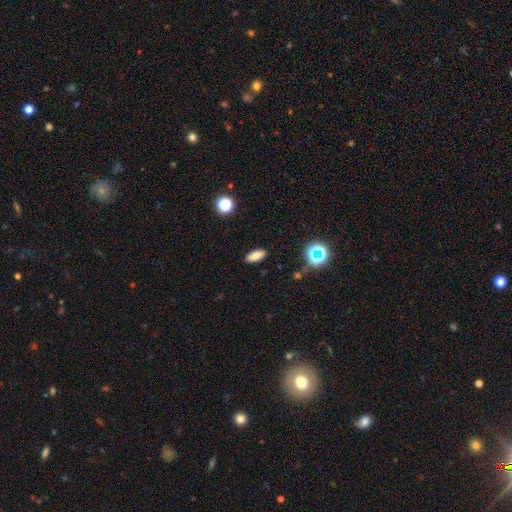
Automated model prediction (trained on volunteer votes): Smooth or featured?
  - smooth: 81% *
  - star or artifact: 12%
  - featured or disk: 7%
How rounded?
  - in between: 78% *
  - cigar-shaped: 18%
  - round: 4%
Merging?
  - none: 89% *
  - minor disturbance: 8%
  - major disturbance: 2%
  - merger: 1%